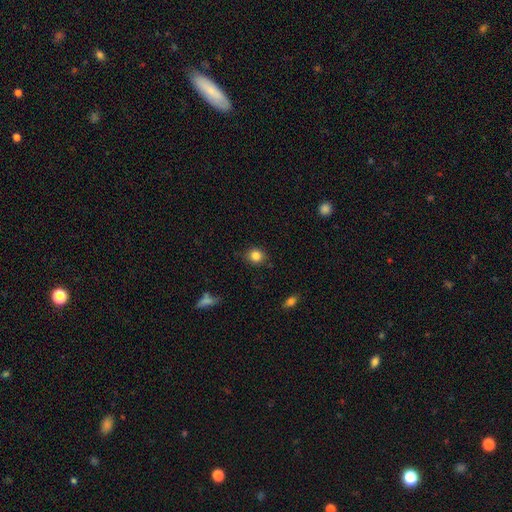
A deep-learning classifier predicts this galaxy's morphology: Smooth or featured: smooth — 84% (star or artifact — 10%)
How rounded: round — 81% (in between — 18%)
Merging: none — 83% (minor disturbance — 12%)